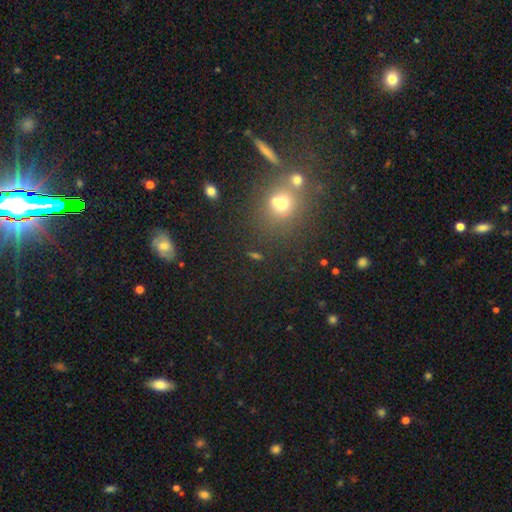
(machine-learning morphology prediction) The model was most divided on "smooth or featured": smooth: 50%, star or artifact: 35%, featured or disk: 15%. More confident: merging — none (68%).